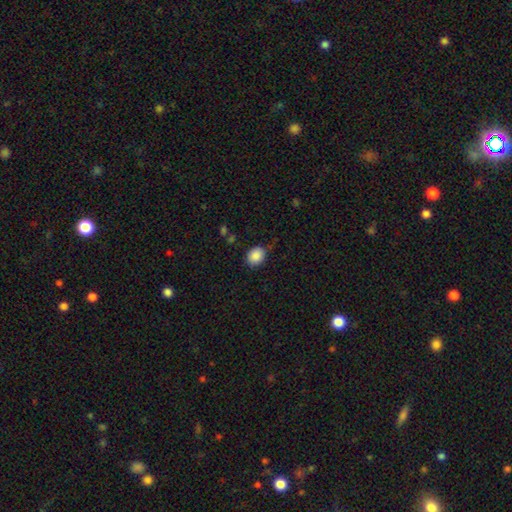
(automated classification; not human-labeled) This is clearly a smooth galaxy (88%). How rounded: possibly round (53%). Merging: clearly none (80%).